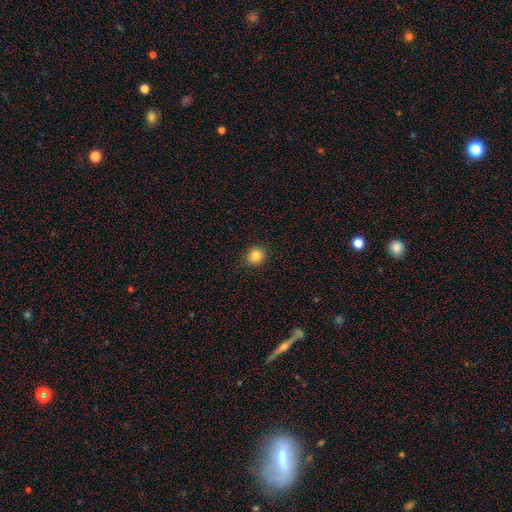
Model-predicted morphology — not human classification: type=smooth (84%); roundness=round (85%); merging=none (90%).